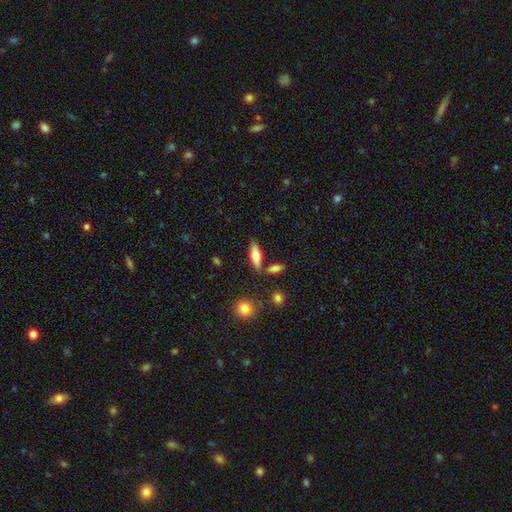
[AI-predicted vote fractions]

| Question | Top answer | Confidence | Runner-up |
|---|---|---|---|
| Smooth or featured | smooth | 65% | featured or disk (28%) |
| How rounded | in between | 59% | cigar-shaped (38%) |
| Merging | none | 76% | minor disturbance (11%) |